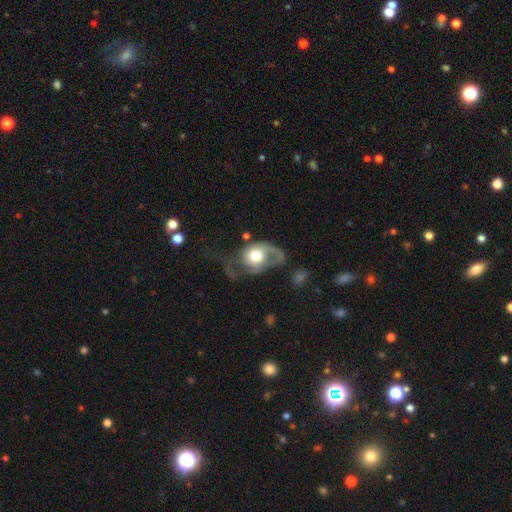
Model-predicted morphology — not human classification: Q: Smooth or featured?
A: featured or disk (47%); runner-up: smooth (46%)
Q: Merging?
A: major disturbance (57%); runner-up: none (19%)